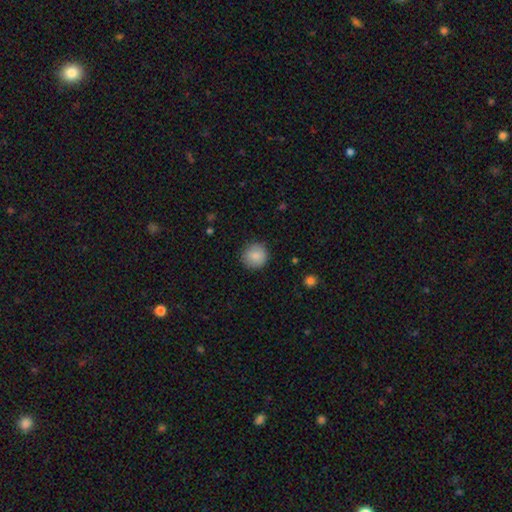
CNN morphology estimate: Q: Smooth or featured?
A: smooth (86%); runner-up: star or artifact (8%)
Q: How rounded?
A: round (93%); runner-up: in between (6%)
Q: Merging?
A: none (89%); runner-up: minor disturbance (7%)